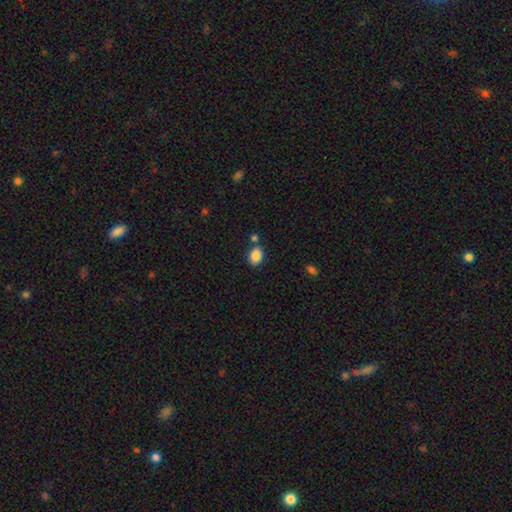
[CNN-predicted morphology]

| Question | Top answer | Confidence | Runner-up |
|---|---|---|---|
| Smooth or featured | smooth | 87% | star or artifact (9%) |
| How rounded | in between | 73% | round (26%) |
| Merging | none | 73% | minor disturbance (12%) |